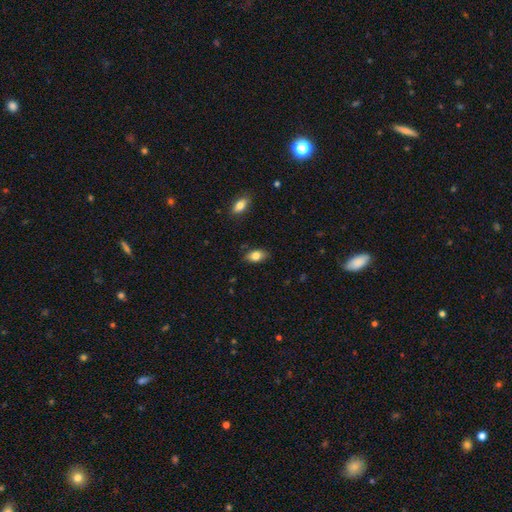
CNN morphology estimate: Q: Smooth or featured?
A: smooth (81%); runner-up: featured or disk (11%)
Q: How rounded?
A: in between (89%); runner-up: round (8%)
Q: Merging?
A: none (83%); runner-up: minor disturbance (13%)